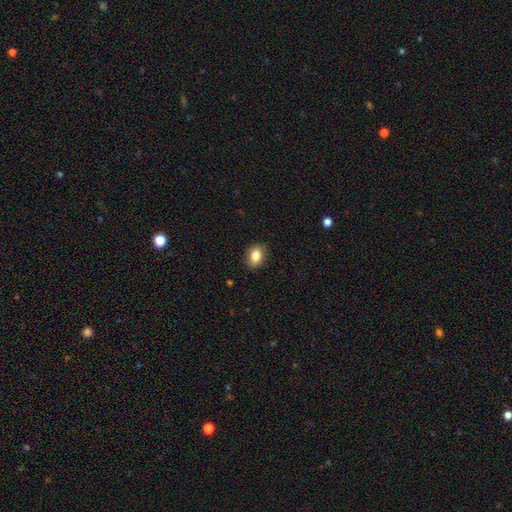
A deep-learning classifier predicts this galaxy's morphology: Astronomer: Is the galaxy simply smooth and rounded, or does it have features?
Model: smooth — 85%.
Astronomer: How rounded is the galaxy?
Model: in between — 74%.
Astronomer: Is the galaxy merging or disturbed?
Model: none — 88%.